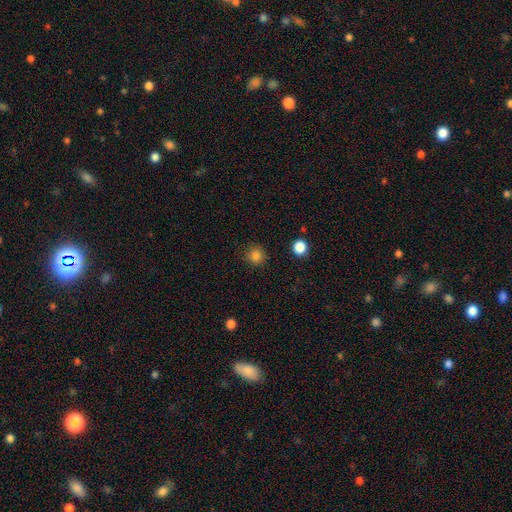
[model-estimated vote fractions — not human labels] Q: Smooth or featured?
A: smooth (84%); runner-up: star or artifact (13%)
Q: How rounded?
A: round (93%); runner-up: in between (6%)
Q: Merging?
A: none (90%); runner-up: minor disturbance (6%)